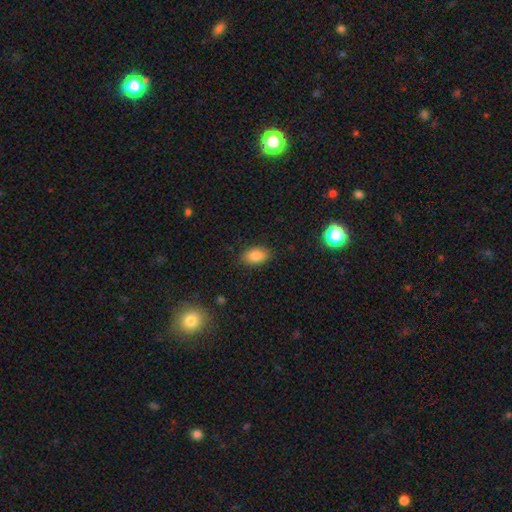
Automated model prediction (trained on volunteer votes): Smooth or featured? Predicted: smooth (p=0.85). How rounded? Predicted: in between (p=0.90). Merging? Predicted: none (p=0.86).